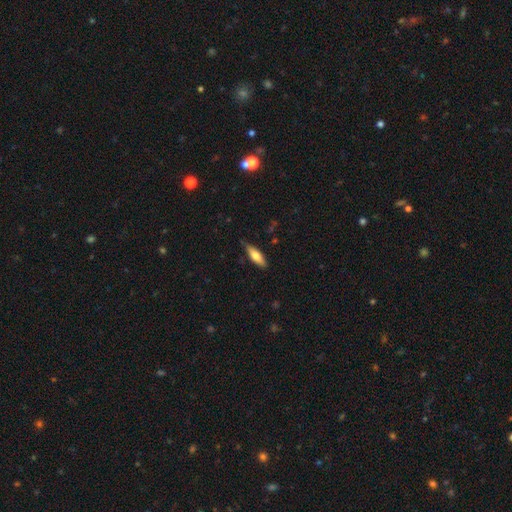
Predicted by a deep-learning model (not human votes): smooth_or_featured: smooth (p=0.70) [alt: featured or disk p=0.24]
how_rounded: in between (p=0.55) [alt: cigar-shaped p=0.43]
merging: none (p=0.80) [alt: minor disturbance p=0.16]